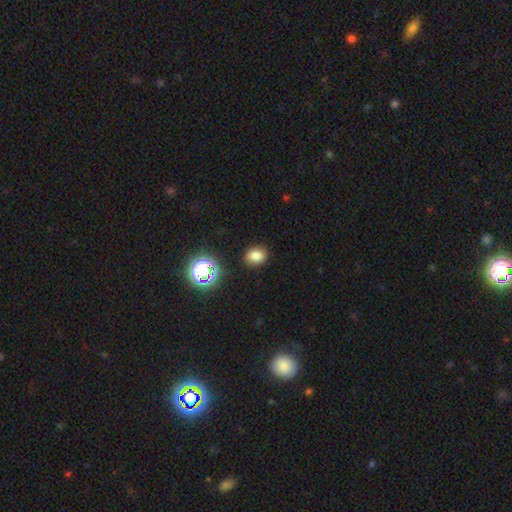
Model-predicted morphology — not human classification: Smooth or featured: smooth — 78% (star or artifact — 15%)
How rounded: round — 52% (in between — 47%)
Merging: none — 86% (minor disturbance — 9%)